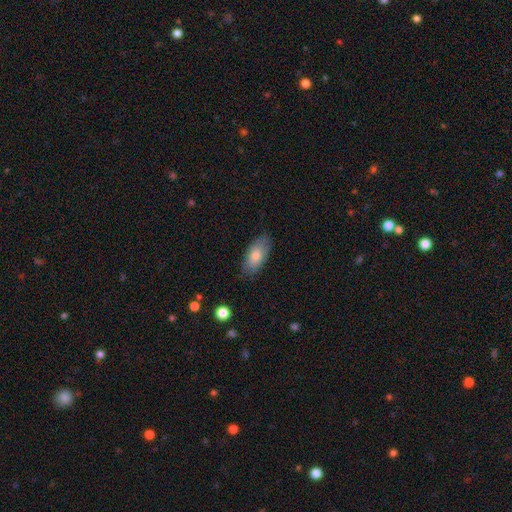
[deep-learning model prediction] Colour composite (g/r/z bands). It shows a smooth galaxy with no disk features (77%) that is in between round and cigar-shaped (90%). Merging: none (80%).